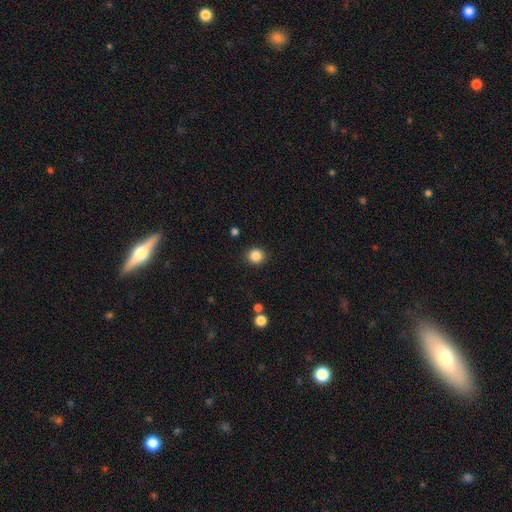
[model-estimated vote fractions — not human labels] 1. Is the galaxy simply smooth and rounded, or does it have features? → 86% smooth, 11% star or artifact, 4% featured or disk.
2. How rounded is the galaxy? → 91% round, 8% in between, 1% cigar-shaped.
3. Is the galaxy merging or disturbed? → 91% none, 6% minor disturbance, 2% major disturbance, 1% merger.